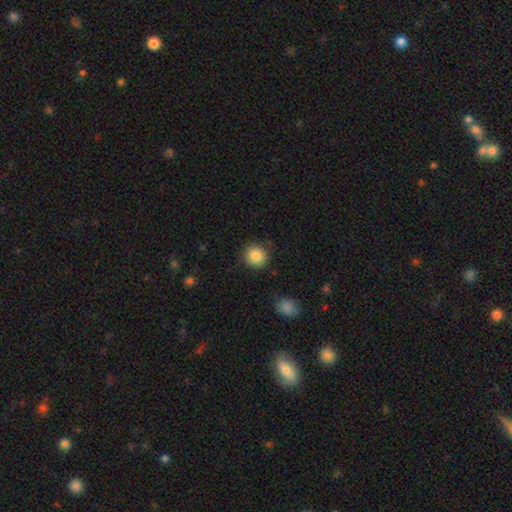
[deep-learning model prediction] smooth 85%, star or artifact 9%, featured or disk 6%. Down the decision tree: how rounded — round (91%); merging — none (89%).